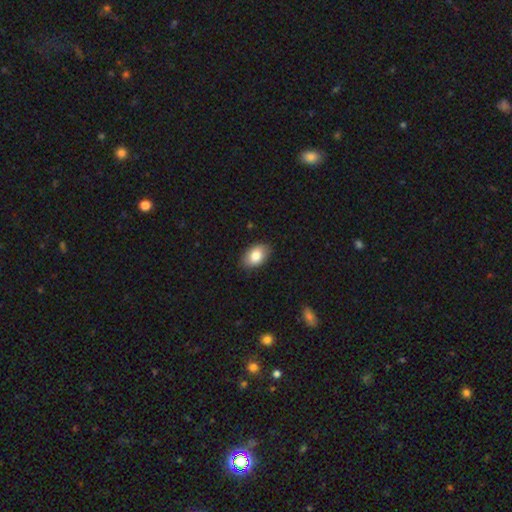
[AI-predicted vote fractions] Smooth or featured? smooth (82%)
How rounded? in between (87%)
Merging? none (87%)